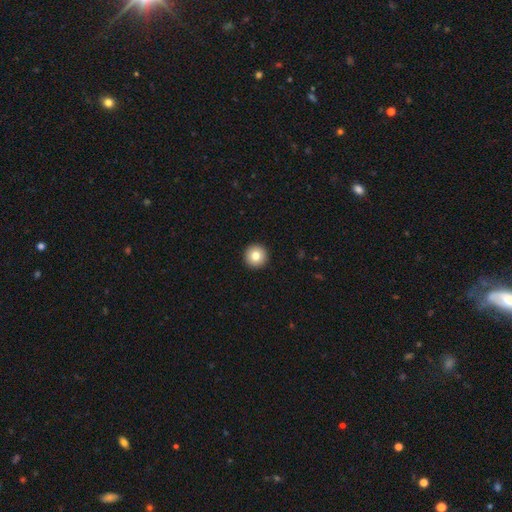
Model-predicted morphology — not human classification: This appears to be a smooth galaxy with no disk features (80%) that is round (97%). Merging: none (94%).